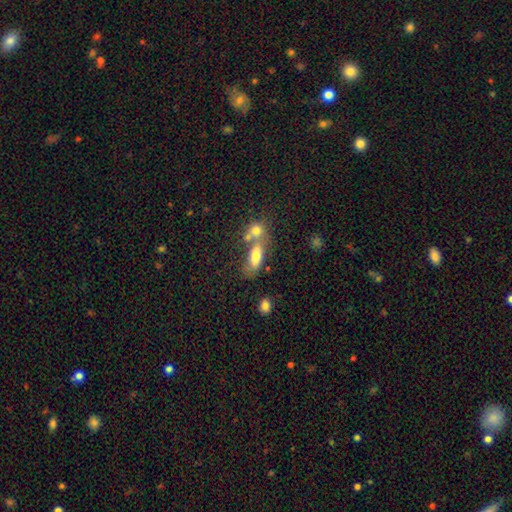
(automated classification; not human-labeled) Smooth or featured? smooth (74%)
How rounded? in between (77%)
Merging? merger (45%)